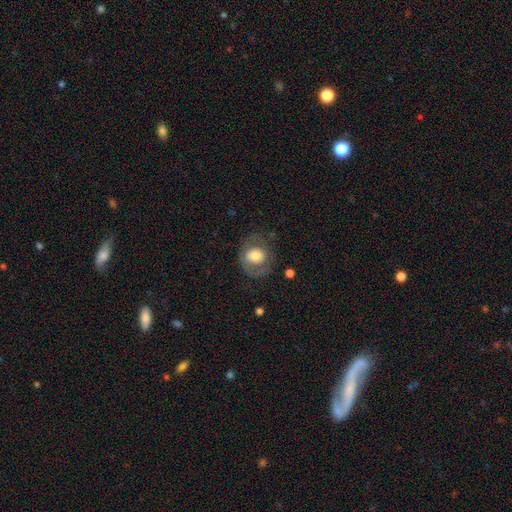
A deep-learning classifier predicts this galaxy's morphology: Q: Smooth or featured?
A: smooth (54%); runner-up: featured or disk (39%)
Q: How rounded?
A: round (70%); runner-up: in between (29%)
Q: Merging?
A: none (61%); runner-up: minor disturbance (19%)